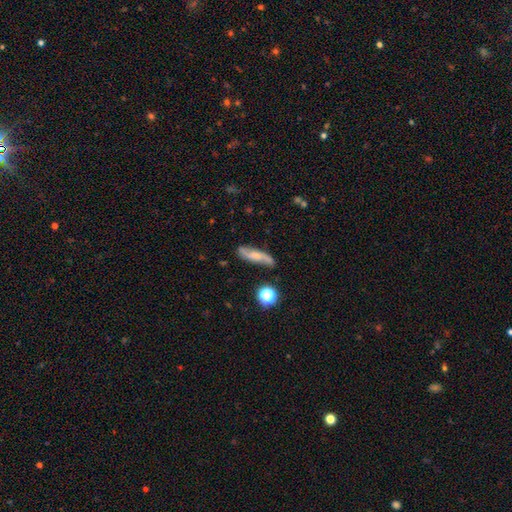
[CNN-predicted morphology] A featured or disk galaxy (53%). Merging: none (76%).